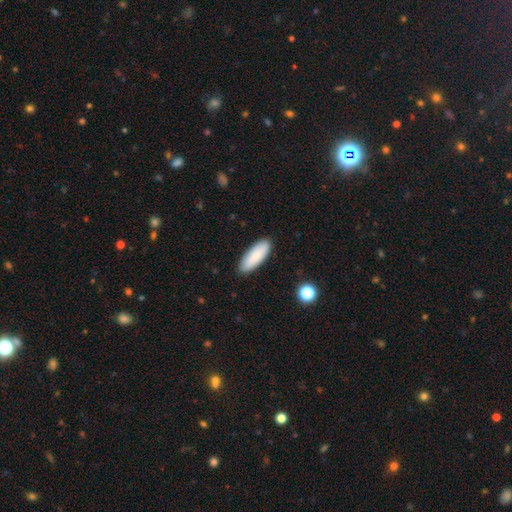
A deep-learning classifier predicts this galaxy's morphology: Smooth or featured? smooth (88%)
How rounded? in between (69%)
Merging? none (89%)